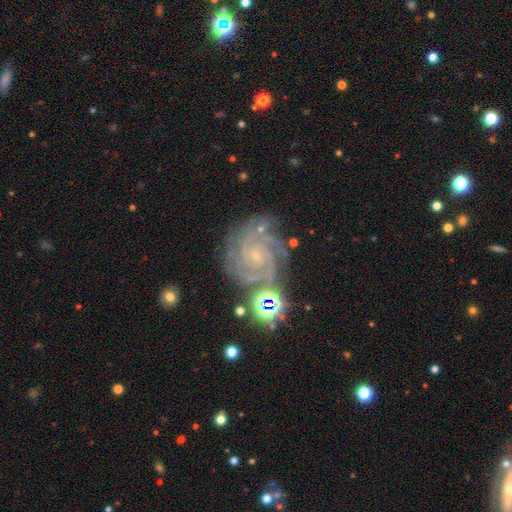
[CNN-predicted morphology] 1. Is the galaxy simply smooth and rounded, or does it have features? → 87% featured or disk, 8% star or artifact, 4% smooth.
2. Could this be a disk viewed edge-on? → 98% no, 2% yes.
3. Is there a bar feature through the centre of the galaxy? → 64% no, 27% weak, 9% strong.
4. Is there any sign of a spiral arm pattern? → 98% yes, 2% no.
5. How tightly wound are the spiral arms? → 76% tight, 22% medium, 3% loose.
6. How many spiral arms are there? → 29% 3, 26% 4, 15% can't tell, 14% 2, 9% more than 4, 7% 1.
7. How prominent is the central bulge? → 80% small, 11% moderate, 6% none, 1% large, 1% dominant.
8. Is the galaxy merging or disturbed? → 69% none, 17% minor disturbance, 7% major disturbance, 7% merger.